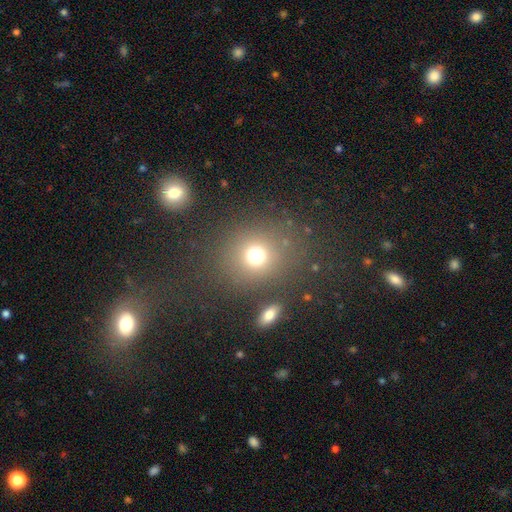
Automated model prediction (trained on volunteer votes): Morphology: type=smooth (72%); roundness=round (81%); merging=none (76%).